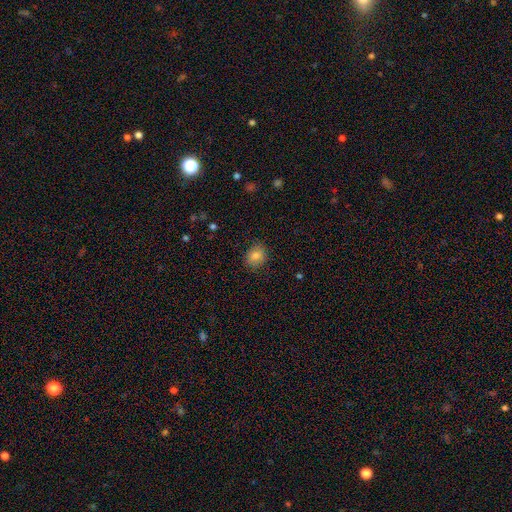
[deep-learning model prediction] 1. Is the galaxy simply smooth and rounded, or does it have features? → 82% smooth, 10% star or artifact, 7% featured or disk.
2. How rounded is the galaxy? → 58% round, 41% in between, 1% cigar-shaped.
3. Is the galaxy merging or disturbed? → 86% none, 11% minor disturbance, 3% major disturbance, 1% merger.